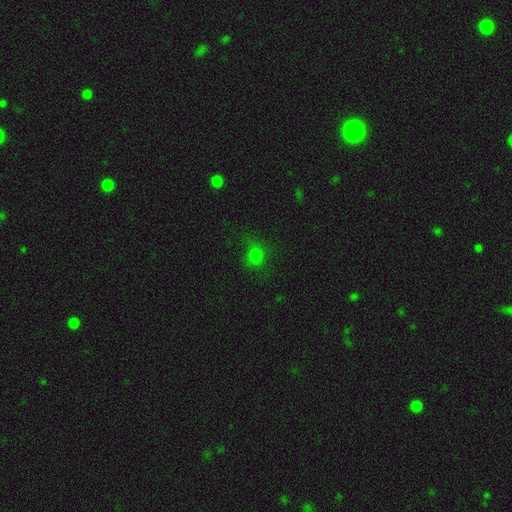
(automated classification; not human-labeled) This is likely a smooth galaxy (73%). How rounded: clearly round (80%). Merging: likely none (71%).